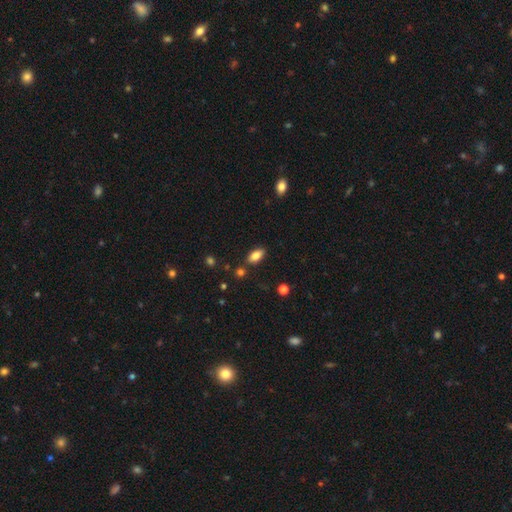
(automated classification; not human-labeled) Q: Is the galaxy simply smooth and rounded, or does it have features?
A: smooth — 83%.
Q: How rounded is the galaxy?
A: in between — 90%.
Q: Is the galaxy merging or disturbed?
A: none — 82%.